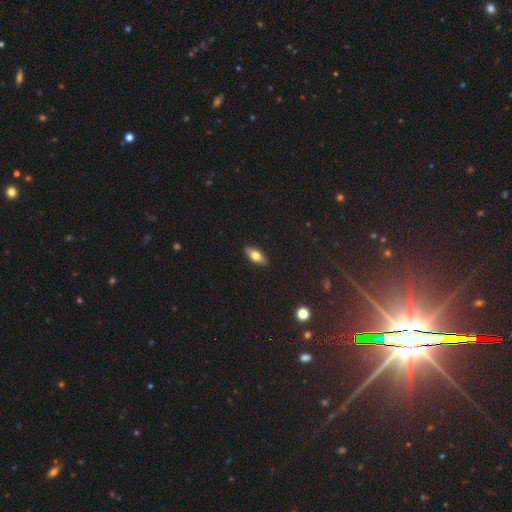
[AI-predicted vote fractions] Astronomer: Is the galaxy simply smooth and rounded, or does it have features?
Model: smooth — 69%.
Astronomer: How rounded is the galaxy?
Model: in between — 81%.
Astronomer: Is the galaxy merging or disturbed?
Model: none — 89%.